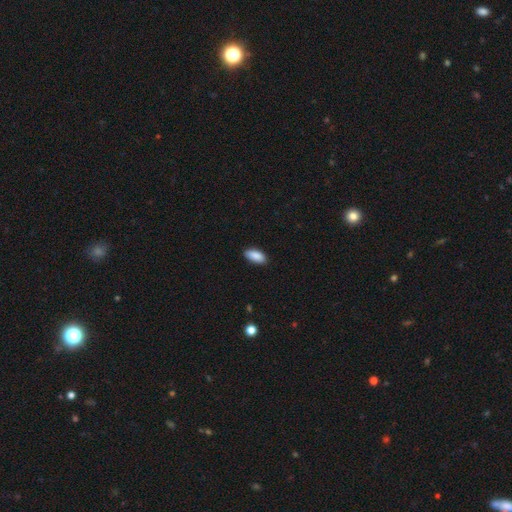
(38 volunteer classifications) Smooth or featured?
  - smooth: 92% *
  - star or artifact: 8%
  - featured or disk: 0%
How rounded?
  - in between: 100% *
  - round: 0%
  - cigar-shaped: 0%
Merging?
  - none: 94% *
  - minor disturbance: 3%
  - major disturbance: 3%
  - merger: 0%